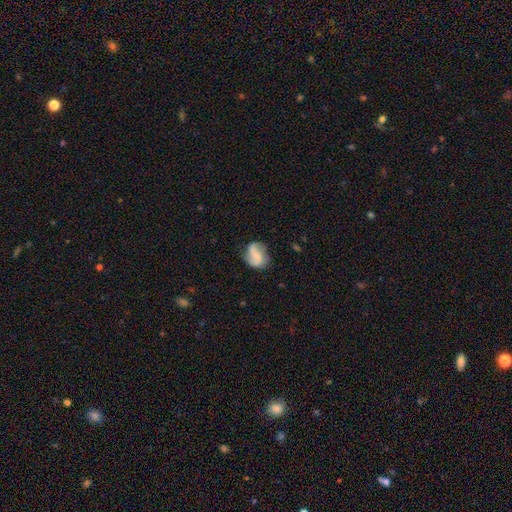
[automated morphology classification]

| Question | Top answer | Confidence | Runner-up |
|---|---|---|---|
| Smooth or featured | featured or disk | 65% | smooth (28%) |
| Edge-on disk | no | 98% | yes (2%) |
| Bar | no | 49% | weak (38%) |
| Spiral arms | yes | 91% | no (9%) |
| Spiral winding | medium | 41% | tied: loose (41%) |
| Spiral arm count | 2 | 82% | can't tell (7%) |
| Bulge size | small | 53% | moderate (28%) |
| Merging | none | 68% | minor disturbance (22%) |